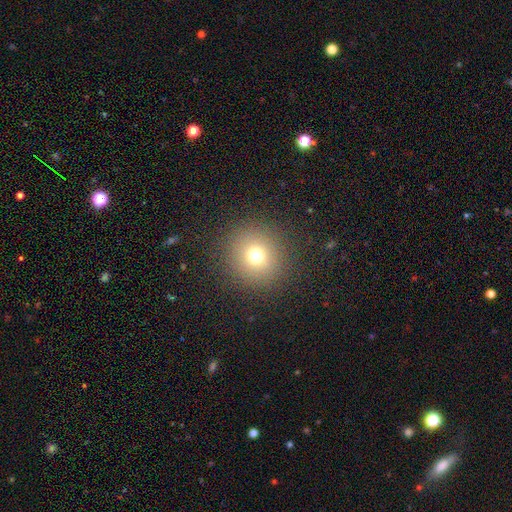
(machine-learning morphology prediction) This is likely a smooth galaxy (71%). How rounded: clearly round (94%). Merging: clearly none (90%).